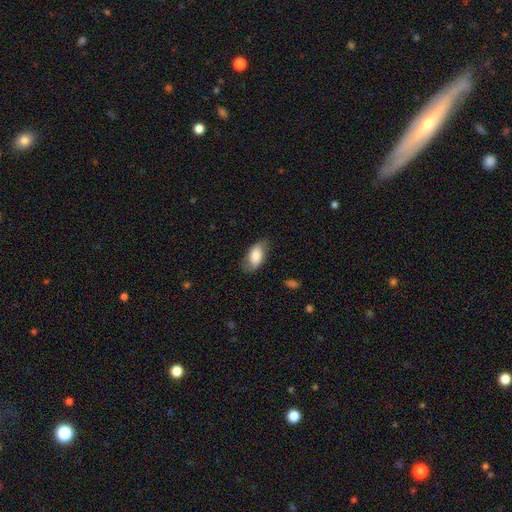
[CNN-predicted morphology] A smooth galaxy with no disk features (75%) that is in between round and cigar-shaped (92%). Merging: none (72%).